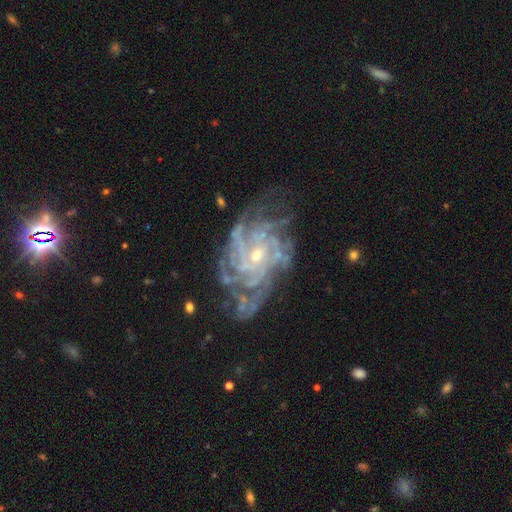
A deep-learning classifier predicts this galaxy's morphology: Smooth or featured: featured or disk — 89% (star or artifact — 7%)
Edge-on disk: no — 97% (yes — 3%)
Bar: no — 59% (weak — 32%)
Spiral arms: yes — 96% (no — 4%)
Spiral winding: tight — 65% (medium — 29%)
Spiral arm count: can't tell — 28% (more than 4 — 26%)
Bulge size: small — 66% (moderate — 30%)
Merging: none — 67% (minor disturbance — 19%)